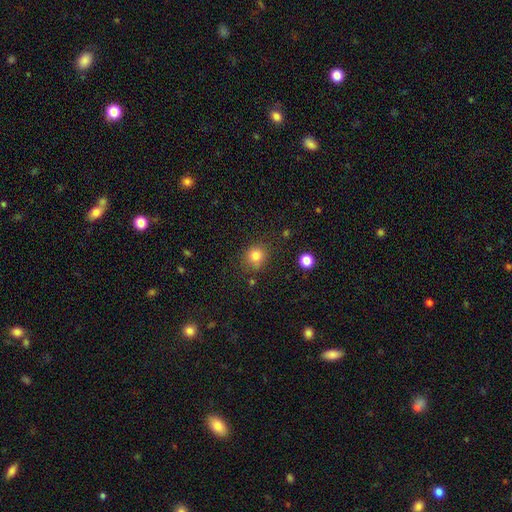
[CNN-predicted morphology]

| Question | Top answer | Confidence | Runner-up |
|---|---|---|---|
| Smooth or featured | smooth | 82% | star or artifact (12%) |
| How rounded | round | 83% | in between (16%) |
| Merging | none | 80% | minor disturbance (13%) |